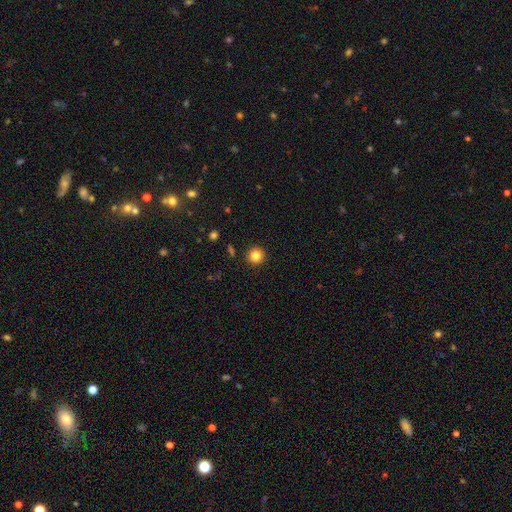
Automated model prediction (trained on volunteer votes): Smooth or featured?
  - smooth: 84% *
  - star or artifact: 11%
  - featured or disk: 5%
How rounded?
  - round: 95% *
  - in between: 4%
  - cigar-shaped: 1%
Merging?
  - none: 92% *
  - minor disturbance: 5%
  - major disturbance: 2%
  - merger: 1%